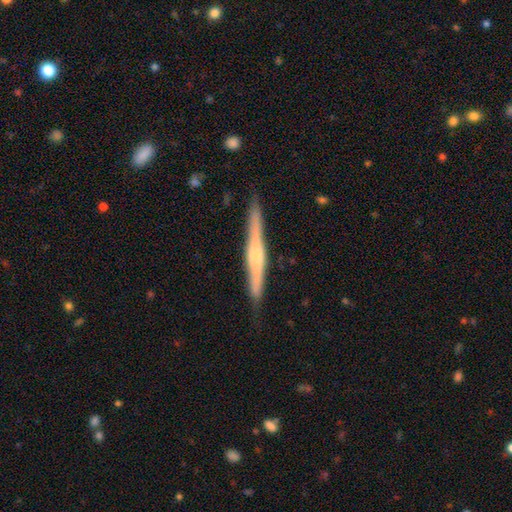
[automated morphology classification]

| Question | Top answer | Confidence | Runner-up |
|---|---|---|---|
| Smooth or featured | featured or disk | 63% | smooth (32%) |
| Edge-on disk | yes | 97% | no (3%) |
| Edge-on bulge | rounded | 57% | none (23%) |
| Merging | none | 85% | minor disturbance (11%) |